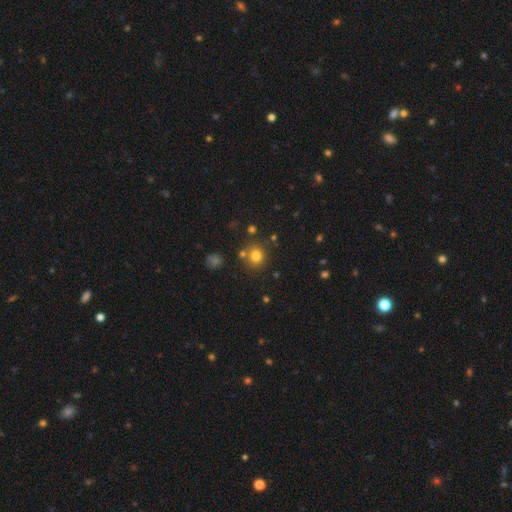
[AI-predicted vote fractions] The model was most divided on "smooth or featured": smooth: 77%, star or artifact: 15%, featured or disk: 8%. More confident: how rounded — round (85%); merging — none (77%).